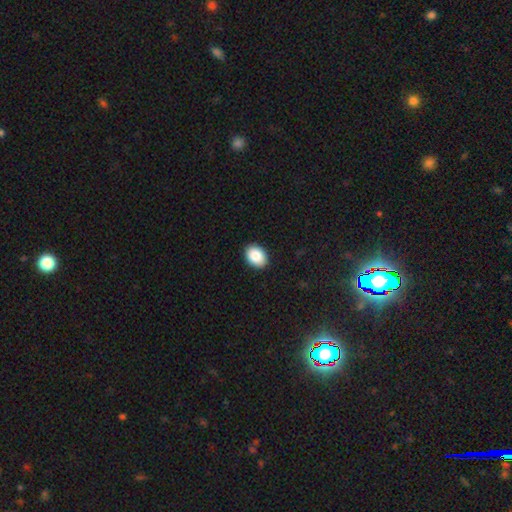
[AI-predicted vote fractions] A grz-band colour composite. It shows a smooth galaxy with no disk features (87%) that is in between round and cigar-shaped (70%). Merging: none (90%).